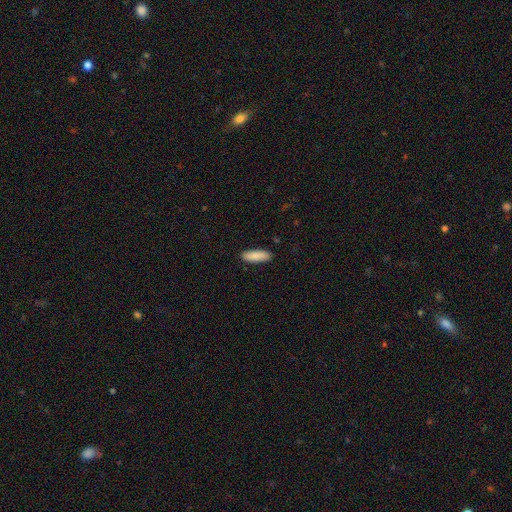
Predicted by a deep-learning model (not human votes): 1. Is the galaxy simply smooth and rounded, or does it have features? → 90% smooth, 6% star or artifact, 5% featured or disk.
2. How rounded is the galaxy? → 52% in between, 46% cigar-shaped, 1% round.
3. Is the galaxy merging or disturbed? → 90% none, 8% minor disturbance, 2% major disturbance, 1% merger.